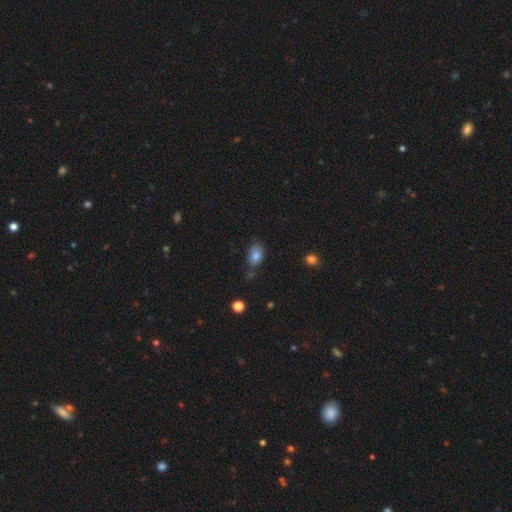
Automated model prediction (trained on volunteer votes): smooth_or_featured: smooth (p=0.82) [alt: star or artifact p=0.09]
how_rounded: in between (p=0.85) [alt: round p=0.13]
merging: none (p=0.62) [alt: minor disturbance p=0.25]